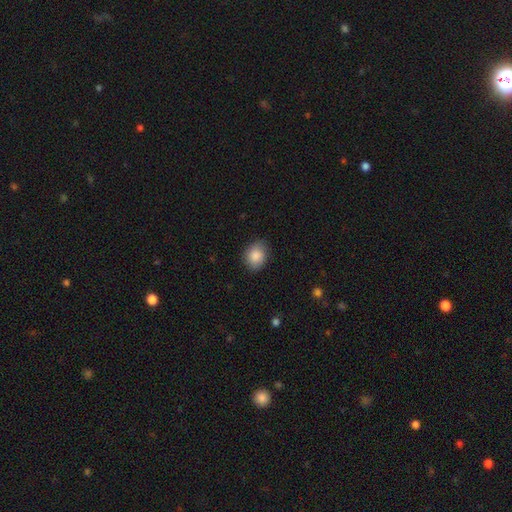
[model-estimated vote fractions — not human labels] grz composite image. It shows a smooth galaxy with no disk features (88%) that is round (50%). Merging: none (83%).